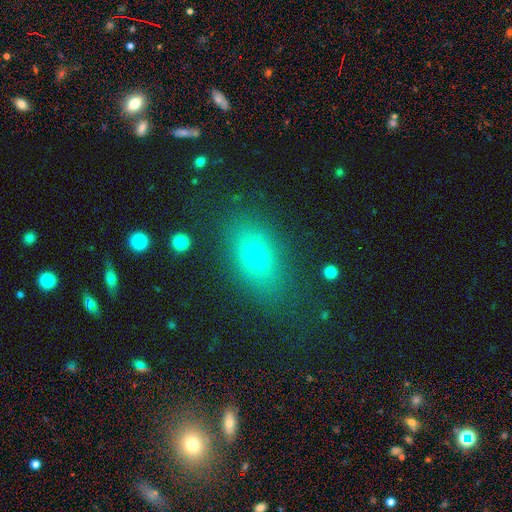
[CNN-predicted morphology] smooth-or-featured: smooth: 67% | star or artifact: 17% | featured or disk: 16%
  how-rounded: in between: 77% | round: 17% | cigar-shaped: 6%
  merging: none: 81% | minor disturbance: 12% | major disturbance: 5% | merger: 2%